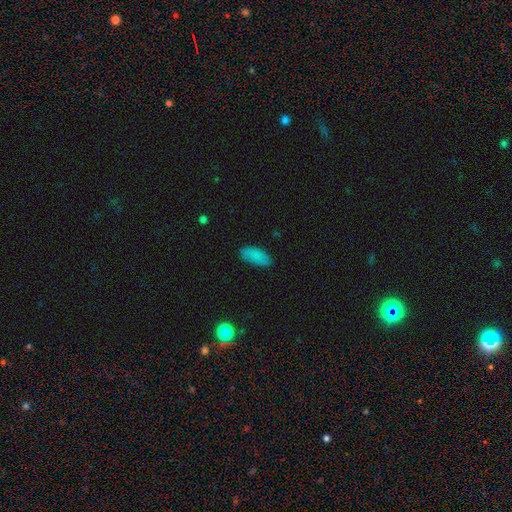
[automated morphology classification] Smooth or featured? Predicted: smooth (p=0.85). How rounded? Predicted: in between (p=0.90). Merging? Predicted: none (p=0.81).